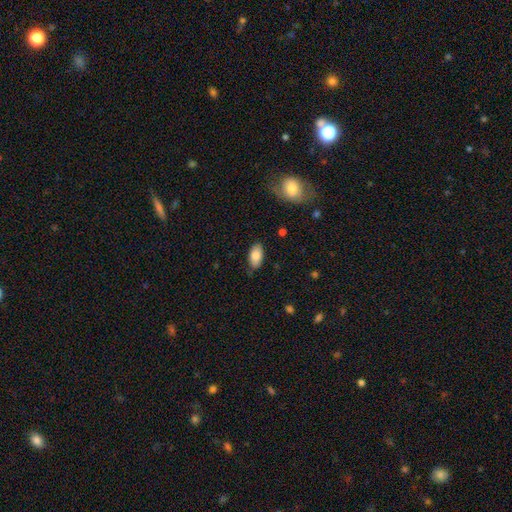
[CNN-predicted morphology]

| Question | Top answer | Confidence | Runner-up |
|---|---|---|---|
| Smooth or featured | smooth | 84% | featured or disk (9%) |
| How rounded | in between | 94% | round (3%) |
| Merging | none | 78% | minor disturbance (18%) |